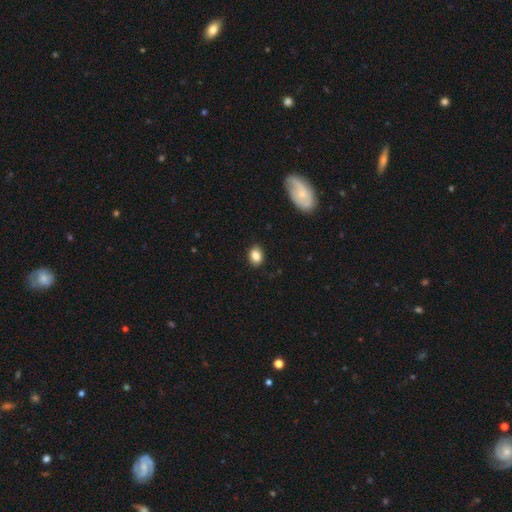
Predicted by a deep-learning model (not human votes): Smooth or featured? Predicted: smooth (p=0.86). How rounded? Predicted: in between (p=0.71). Merging? Predicted: none (p=0.86).